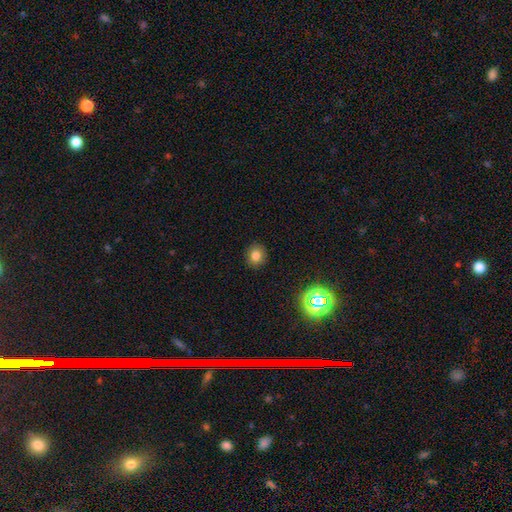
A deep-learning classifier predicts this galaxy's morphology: smooth_or_featured: smooth (p=0.79) [alt: star or artifact p=0.14]
how_rounded: round (p=0.77) [alt: in between p=0.22]
merging: none (p=0.89) [alt: minor disturbance p=0.08]